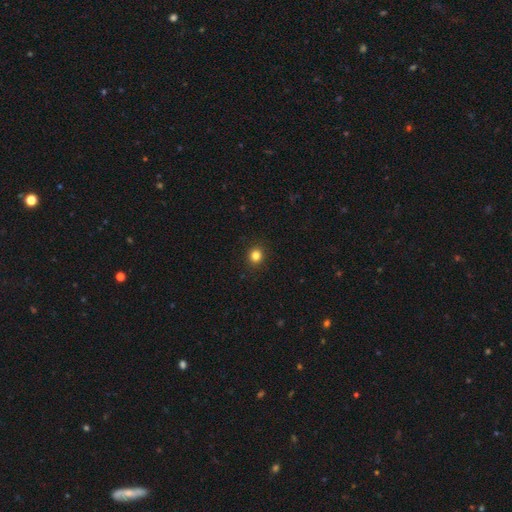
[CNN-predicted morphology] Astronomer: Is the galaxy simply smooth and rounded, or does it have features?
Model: smooth — 83%.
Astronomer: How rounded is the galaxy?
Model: round — 86%.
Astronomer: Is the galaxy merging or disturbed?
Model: none — 92%.